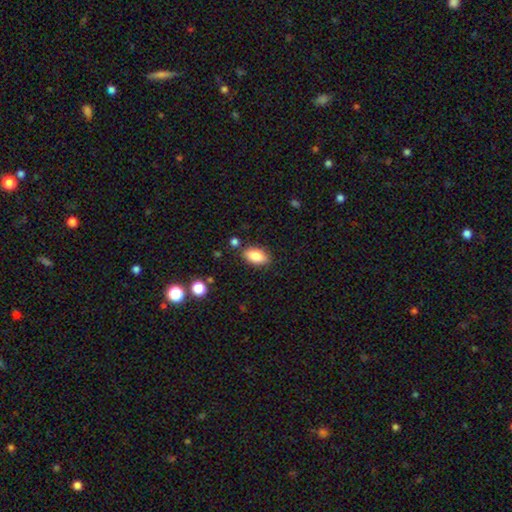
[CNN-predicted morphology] Smooth or featured? smooth (82%)
How rounded? in between (91%)
Merging? none (84%)